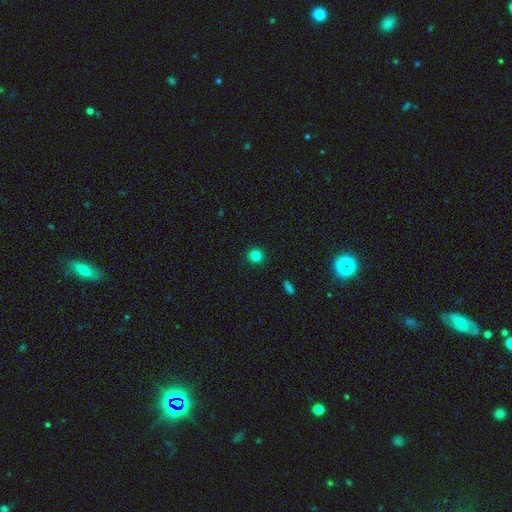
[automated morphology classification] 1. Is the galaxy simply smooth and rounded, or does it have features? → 82% smooth, 13% star or artifact, 5% featured or disk.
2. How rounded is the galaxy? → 93% round, 6% in between, 1% cigar-shaped.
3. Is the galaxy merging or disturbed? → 92% none, 6% minor disturbance, 2% major disturbance, 1% merger.